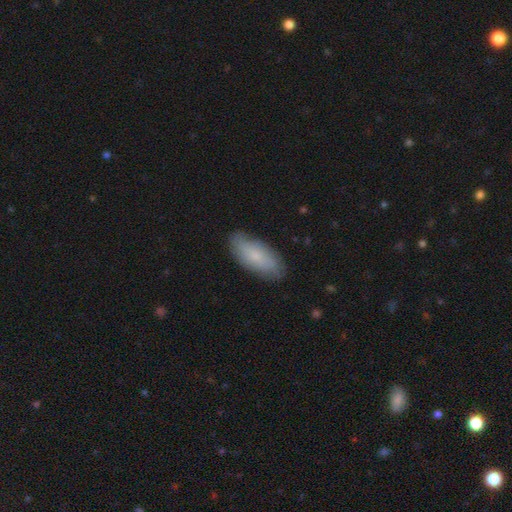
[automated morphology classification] Smooth or featured?
  - smooth: 71% *
  - featured or disk: 22%
  - star or artifact: 6%
How rounded?
  - in between: 84% *
  - cigar-shaped: 14%
  - round: 2%
Merging?
  - none: 81% *
  - minor disturbance: 15%
  - major disturbance: 3%
  - merger: 1%